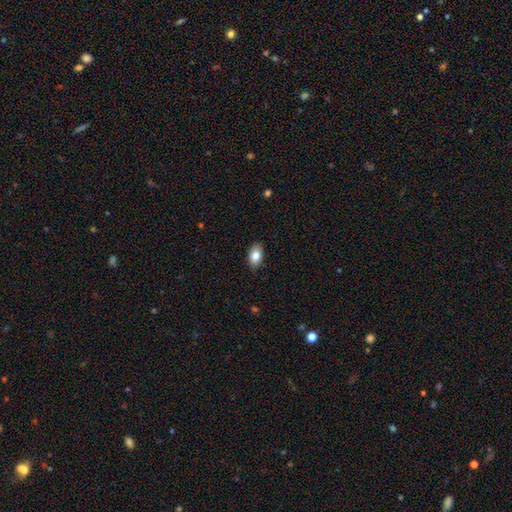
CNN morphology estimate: smooth_or_featured: smooth (p=0.83) [alt: featured or disk p=0.10]
how_rounded: in between (p=0.91) [alt: round p=0.07]
merging: none (p=0.86) [alt: minor disturbance p=0.11]